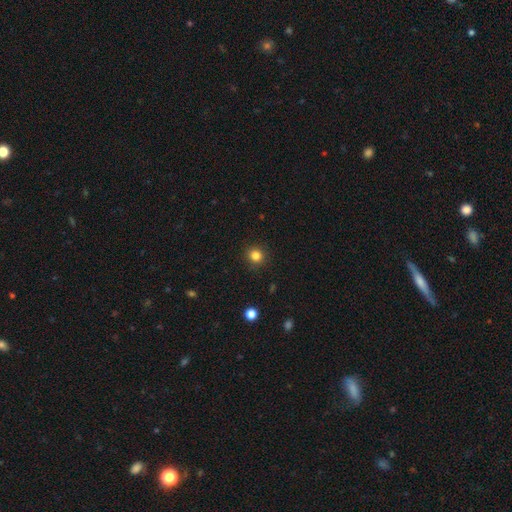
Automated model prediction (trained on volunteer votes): smooth_or_featured: smooth (p=0.83) [alt: star or artifact p=0.13]
how_rounded: round (p=0.93) [alt: in between p=0.06]
merging: none (p=0.91) [alt: minor disturbance p=0.06]